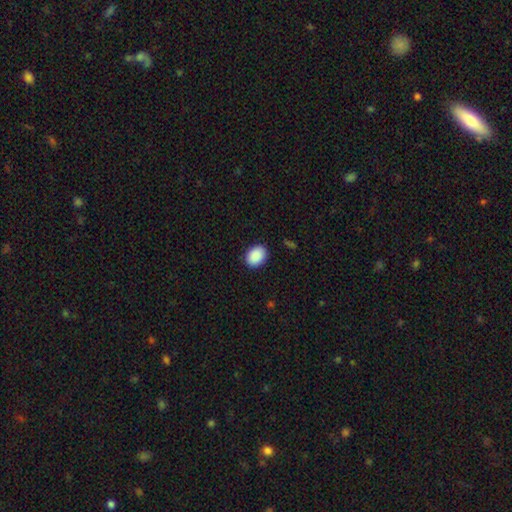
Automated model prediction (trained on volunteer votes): Morphology: type=smooth (91%); roundness=in between (69%); merging=none (89%).